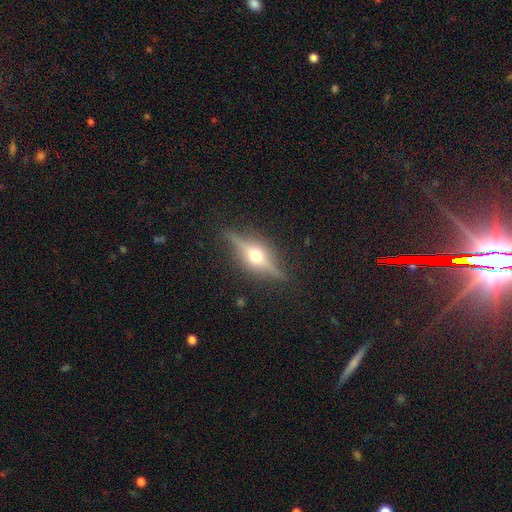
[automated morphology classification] Smooth or featured? featured or disk (75%)
Edge-on disk? yes (94%)
Edge-on bulge? rounded (95%)
Merging? none (86%)